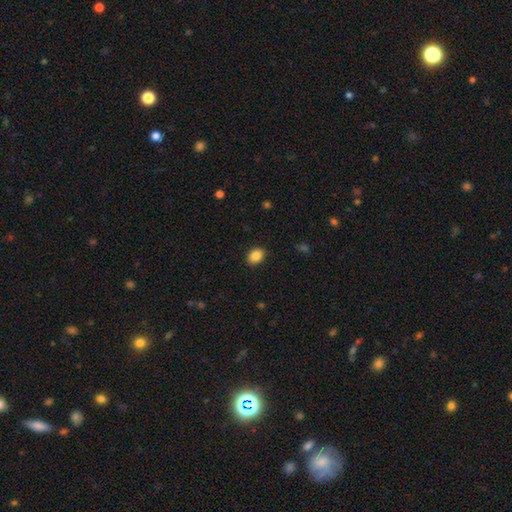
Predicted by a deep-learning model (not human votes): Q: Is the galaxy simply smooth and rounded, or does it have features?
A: smooth — 88%.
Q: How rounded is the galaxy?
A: in between — 69%.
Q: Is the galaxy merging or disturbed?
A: none — 88%.